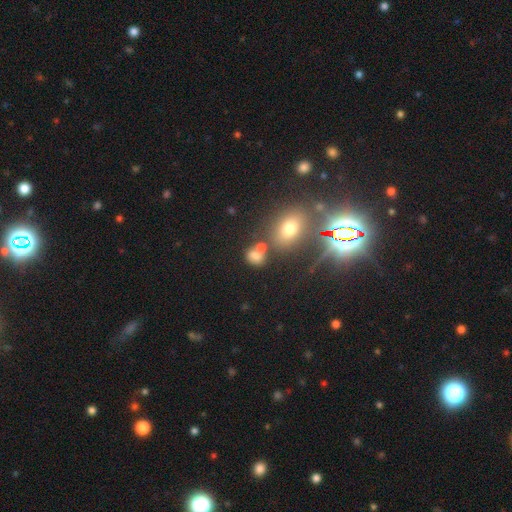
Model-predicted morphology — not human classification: smooth_or_featured: smooth (p=0.56) [alt: star or artifact p=0.31]
how_rounded: in between (p=0.50) [alt: round p=0.47]
merging: none (p=0.49) [alt: merger p=0.31]